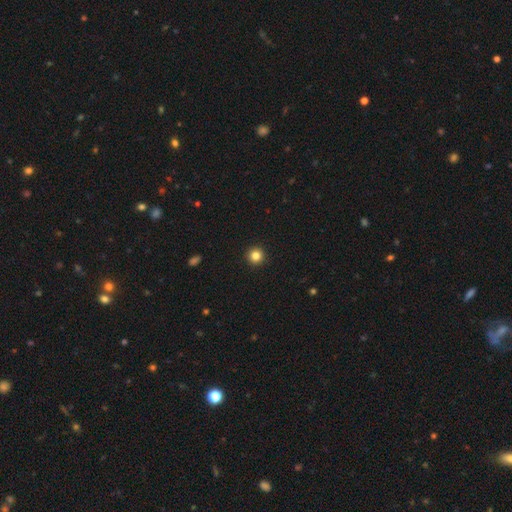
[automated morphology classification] Q: Smooth or featured?
A: smooth (84%); runner-up: star or artifact (12%)
Q: How rounded?
A: round (96%); runner-up: in between (3%)
Q: Merging?
A: none (94%); runner-up: minor disturbance (4%)